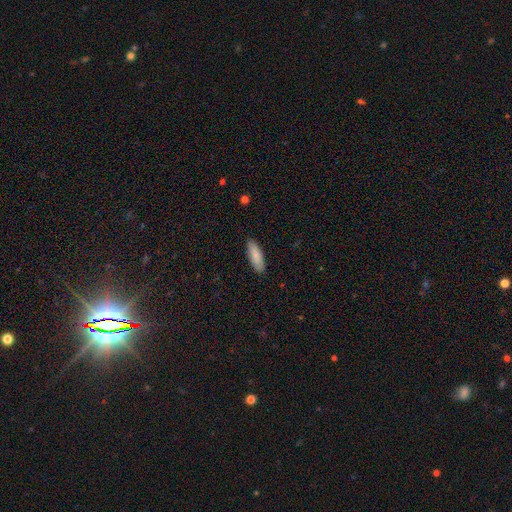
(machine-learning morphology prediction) Smooth or featured?
  - smooth: 86% *
  - featured or disk: 9%
  - star or artifact: 6%
How rounded?
  - in between: 56% *
  - cigar-shaped: 42%
  - round: 2%
Merging?
  - none: 89% *
  - minor disturbance: 8%
  - major disturbance: 2%
  - merger: 1%